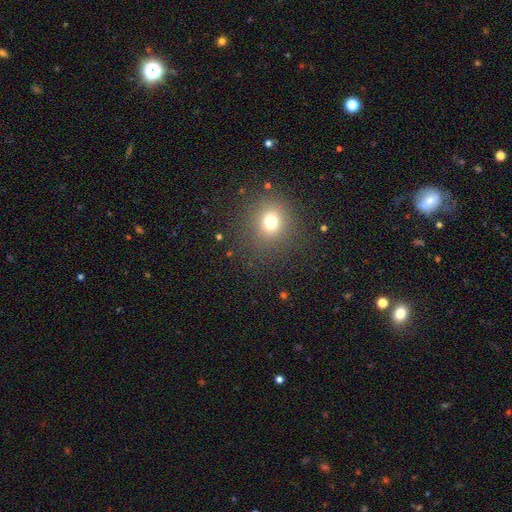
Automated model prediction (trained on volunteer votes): This appears to be a smooth galaxy with no disk features (62%) that is round (89%). Merging: none (90%).